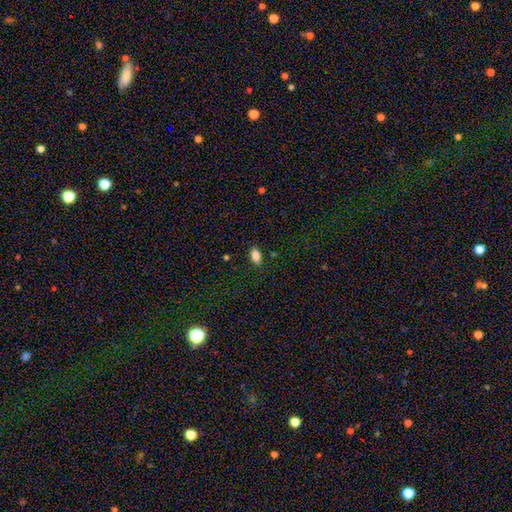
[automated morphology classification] Smooth or featured? smooth (86%)
How rounded? in between (90%)
Merging? none (85%)